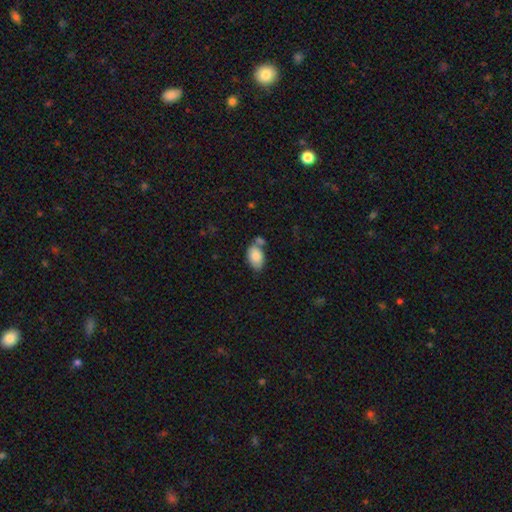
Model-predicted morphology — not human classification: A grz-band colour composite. It shows a smooth galaxy with no disk features (85%) that is in between round and cigar-shaped (92%). Merging: none (53%).